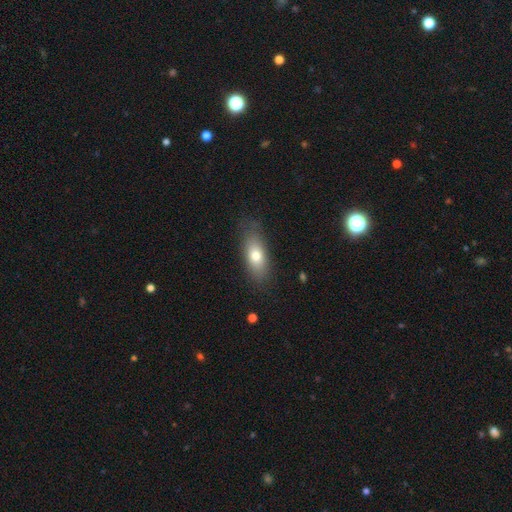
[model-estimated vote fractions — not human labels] smooth_or_featured: smooth (p=0.72) [alt: featured or disk p=0.20]
how_rounded: in between (p=0.77) [alt: cigar-shaped p=0.18]
merging: none (p=0.77) [alt: minor disturbance p=0.16]